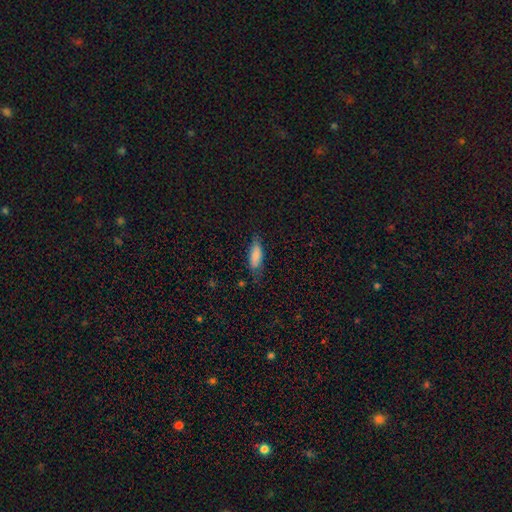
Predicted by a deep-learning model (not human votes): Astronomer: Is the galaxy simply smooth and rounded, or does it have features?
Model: smooth — 83%.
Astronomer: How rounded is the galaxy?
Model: in between — 67%.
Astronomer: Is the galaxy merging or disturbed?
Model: none — 67%.